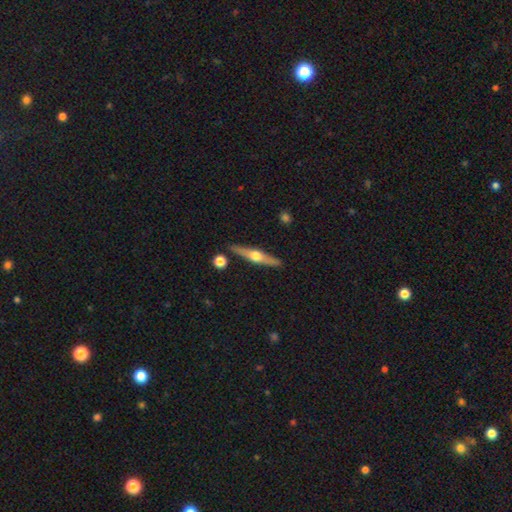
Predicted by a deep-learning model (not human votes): Morphology: type=featured or disk (73%); edge-on=yes (97%); edge-on bulge=rounded (96%); merging=none (89%).